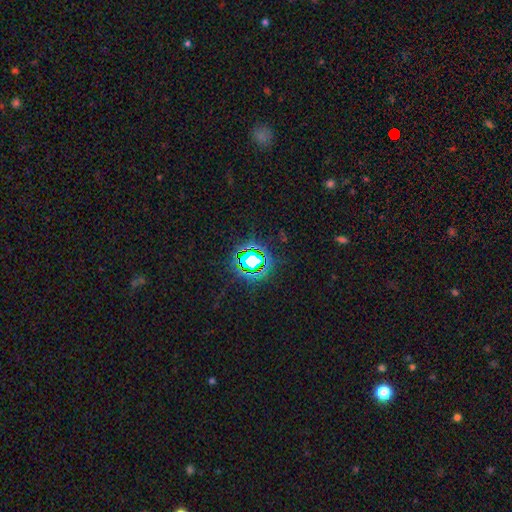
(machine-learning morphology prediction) Smooth or featured? Predicted: star or artifact (p=0.79).